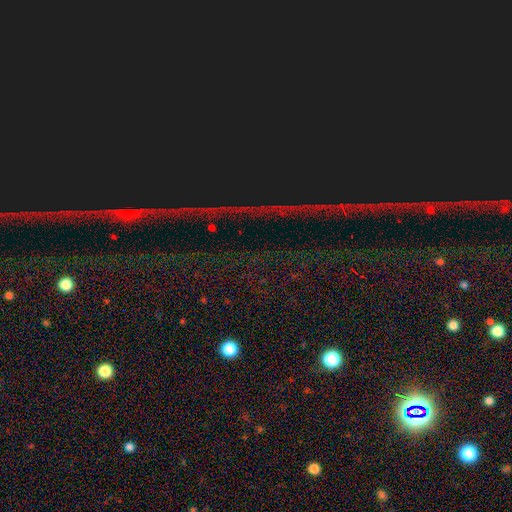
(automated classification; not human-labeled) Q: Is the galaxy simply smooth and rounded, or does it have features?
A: star or artifact — 87%.